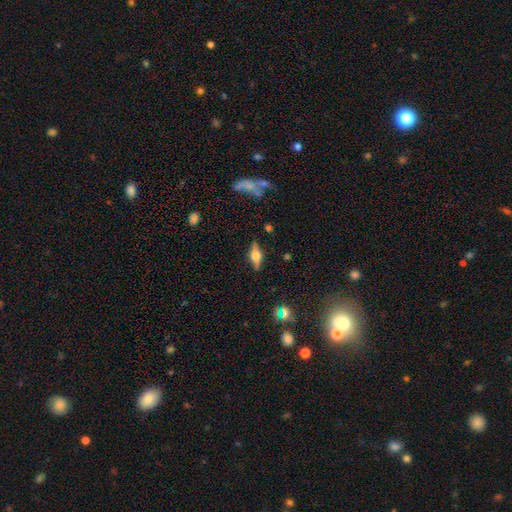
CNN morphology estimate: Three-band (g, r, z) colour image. It shows a featured or disk galaxy (69%) viewed edge-on (95%) with a rounded central bulge (92%). Merging: none (85%).